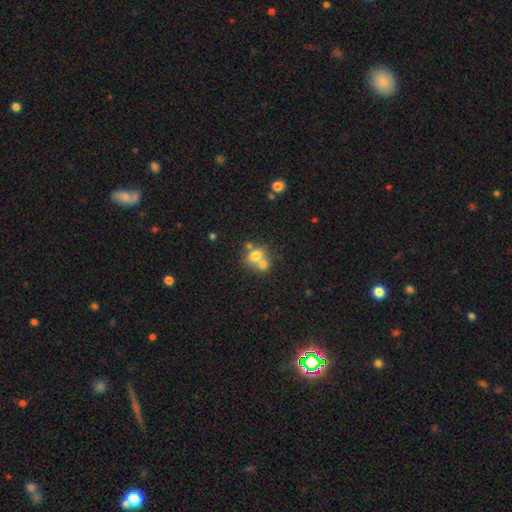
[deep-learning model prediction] A smooth galaxy with no disk features (71%) that is round (60%). Merging: merger (59%).